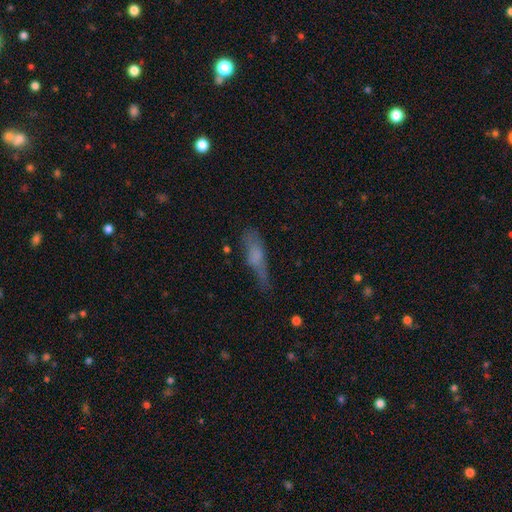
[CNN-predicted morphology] A smooth galaxy with no disk features (59%) that is cigar-shaped (62%).

Vote fractions:
- Smooth or featured? smooth: 59% / featured or disk: 30% / star or artifact: 11%
- How rounded? cigar-shaped: 62% / in between: 35% / round: 3%
- Merging? none: 43% / minor disturbance: 32% / major disturbance: 21% / merger: 4%